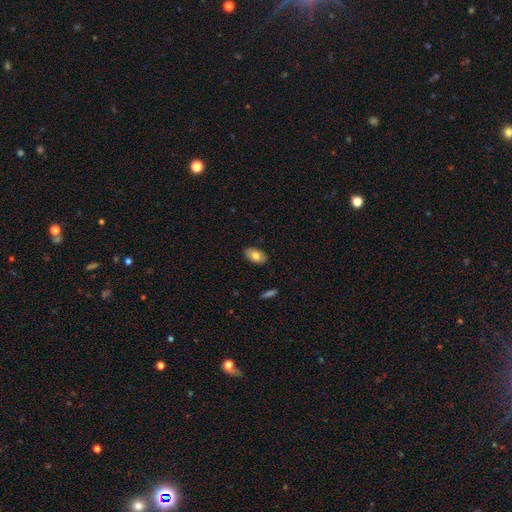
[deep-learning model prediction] Q: Smooth or featured?
A: smooth (76%); runner-up: featured or disk (18%)
Q: How rounded?
A: in between (93%); runner-up: round (5%)
Q: Merging?
A: none (87%); runner-up: minor disturbance (10%)